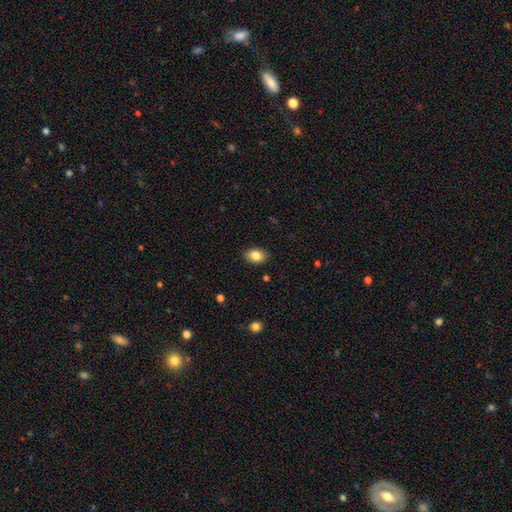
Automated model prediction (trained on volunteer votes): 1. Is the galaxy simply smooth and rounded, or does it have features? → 85% smooth, 8% star or artifact, 7% featured or disk.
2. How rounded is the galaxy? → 82% in between, 17% round, 1% cigar-shaped.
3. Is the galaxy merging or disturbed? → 88% none, 9% minor disturbance, 2% major disturbance, 1% merger.